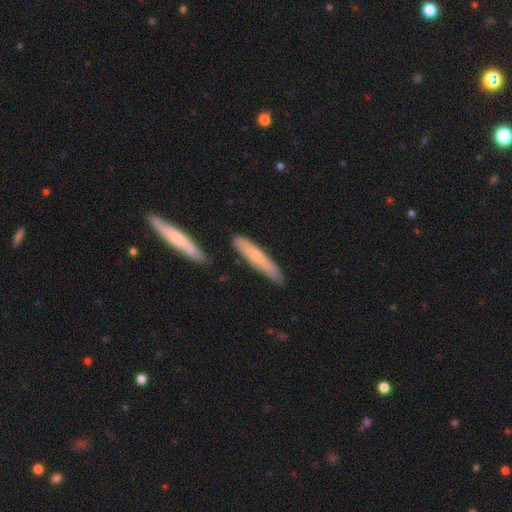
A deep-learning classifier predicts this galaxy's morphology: The model was most divided on "smooth or featured": smooth: 62%, featured or disk: 32%, star or artifact: 6%. More confident: how rounded — cigar-shaped (89%); merging — none (78%).